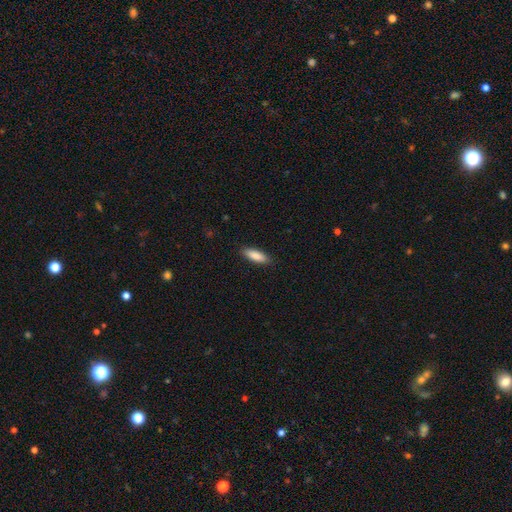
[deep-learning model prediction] smooth-or-featured: smooth: 87% | featured or disk: 7% | star or artifact: 6%
  how-rounded: in between: 56% | cigar-shaped: 42% | round: 2%
  merging: none: 89% | minor disturbance: 8% | major disturbance: 2% | merger: 1%